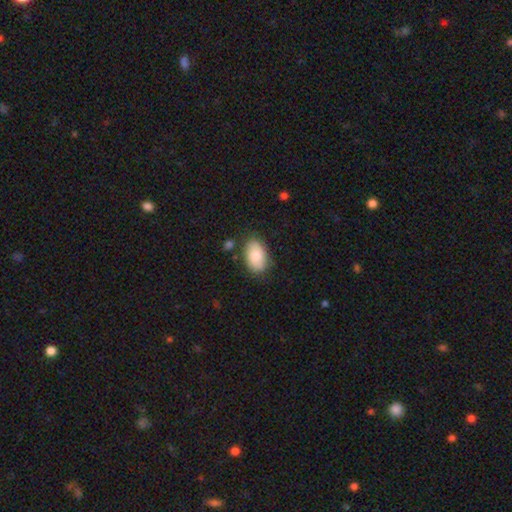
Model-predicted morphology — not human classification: Smooth or featured?
  - smooth: 79% *
  - featured or disk: 15%
  - star or artifact: 6%
How rounded?
  - in between: 92% *
  - round: 7%
  - cigar-shaped: 1%
Merging?
  - none: 78% *
  - minor disturbance: 16%
  - major disturbance: 3%
  - merger: 3%